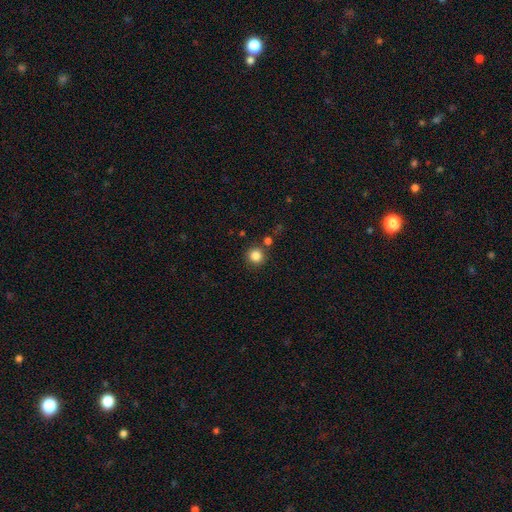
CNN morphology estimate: This is clearly a smooth galaxy (85%). How rounded: clearly round (94%). Merging: clearly none (82%).